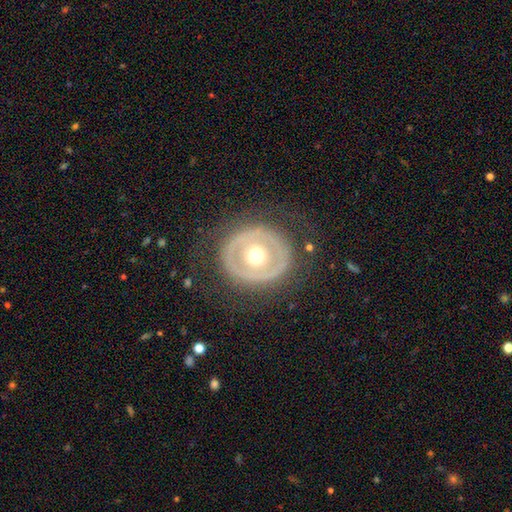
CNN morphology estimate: The model was most divided on "smooth or featured": featured or disk: 61%, smooth: 33%, star or artifact: 6%. More confident: edge-on disk — no (93%); spiral arms — no (89%); bar — no (85%); merging — none (73%); bulge size — moderate (73%).